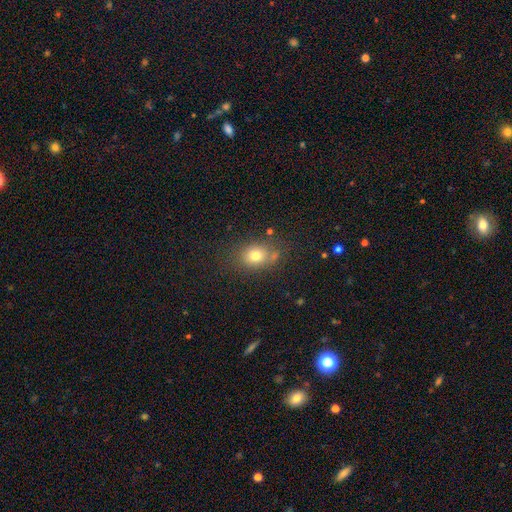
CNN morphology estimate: Q: Smooth or featured?
A: smooth (76%); runner-up: star or artifact (14%)
Q: How rounded?
A: in between (51%); runner-up: round (47%)
Q: Merging?
A: none (69%); runner-up: minor disturbance (17%)